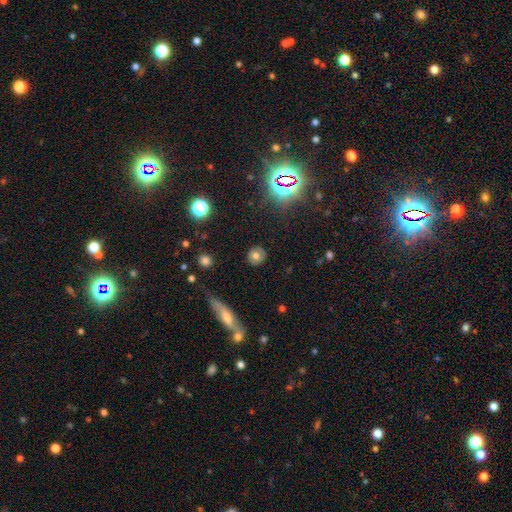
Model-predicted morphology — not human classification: This appears to be a smooth galaxy with no disk features (69%) that is round (84%). Merging: none (87%).